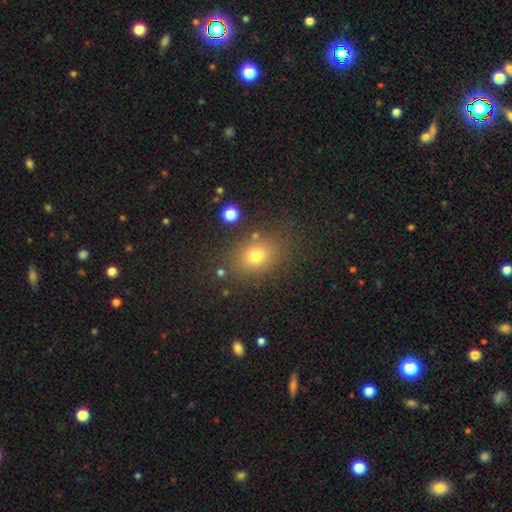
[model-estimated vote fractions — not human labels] Morphology: type=smooth (73%); roundness=in between (50%); merging=none (80%).